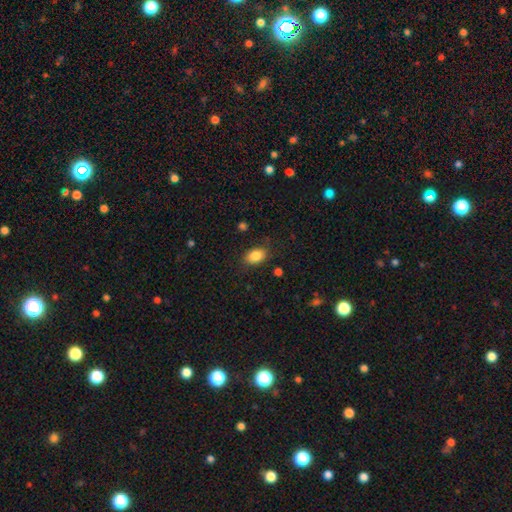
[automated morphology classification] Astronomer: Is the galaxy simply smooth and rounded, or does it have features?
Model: smooth — 85%.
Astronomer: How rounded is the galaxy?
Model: in between — 85%.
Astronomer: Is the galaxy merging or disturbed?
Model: none — 82%.